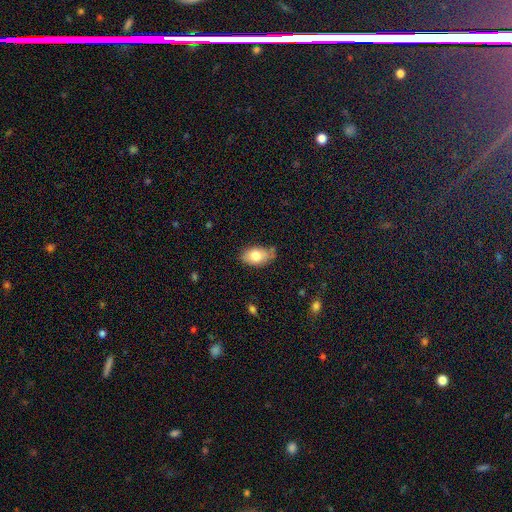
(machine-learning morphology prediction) Smooth or featured?
  - smooth: 78% *
  - featured or disk: 15%
  - star or artifact: 7%
How rounded?
  - in between: 91% *
  - round: 8%
  - cigar-shaped: 2%
Merging?
  - none: 66% *
  - minor disturbance: 26%
  - major disturbance: 4%
  - merger: 3%